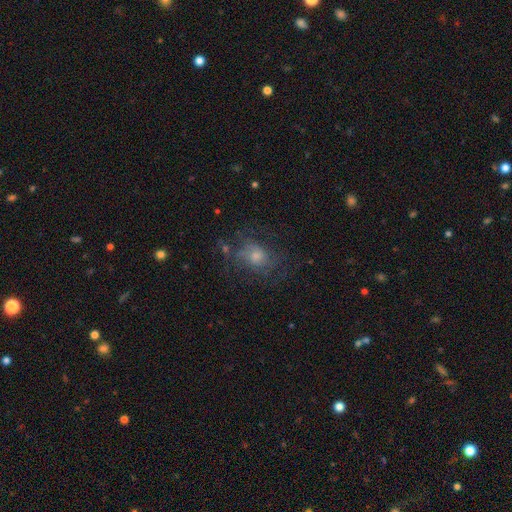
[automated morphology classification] Smooth or featured: featured or disk — 43% (smooth — 37%)
Merging: none — 63% (minor disturbance — 19%)